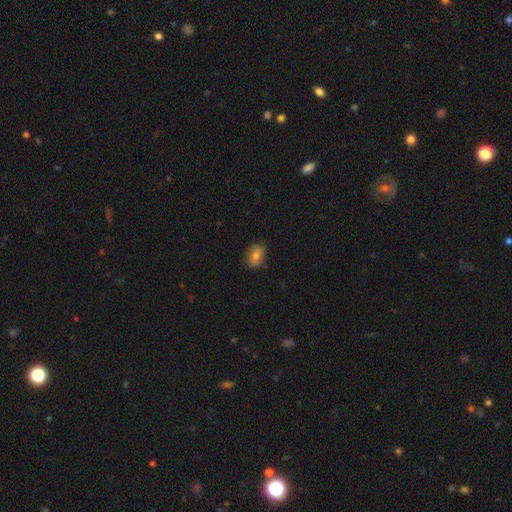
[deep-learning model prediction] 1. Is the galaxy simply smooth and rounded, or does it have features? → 75% smooth, 14% featured or disk, 11% star or artifact.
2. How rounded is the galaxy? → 78% in between, 20% round, 2% cigar-shaped.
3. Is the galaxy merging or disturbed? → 82% none, 14% minor disturbance, 3% major disturbance, 1% merger.